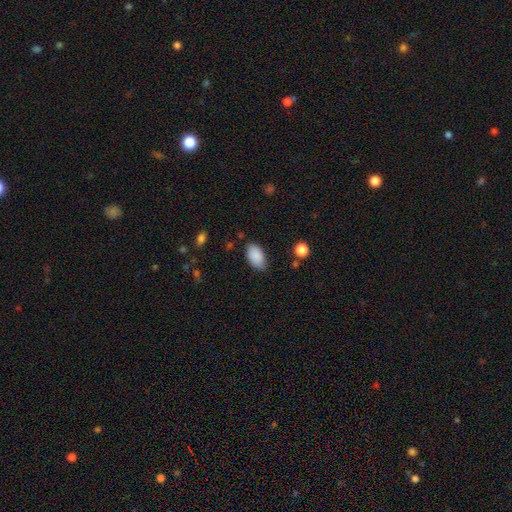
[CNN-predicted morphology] Smooth or featured? smooth (88%)
How rounded? in between (94%)
Merging? none (74%)